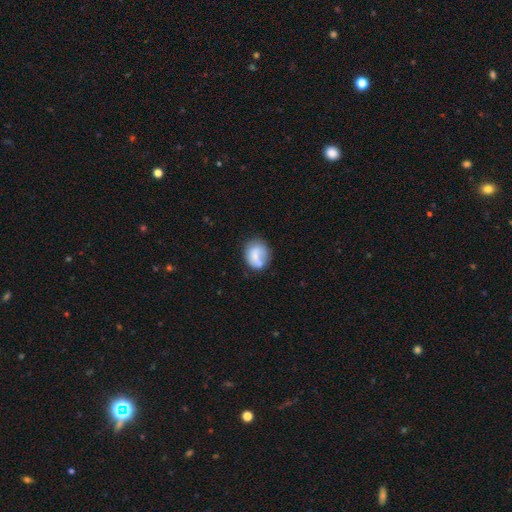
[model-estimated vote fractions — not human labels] Overall: smooth (68%). How rounded: round (56%; in between 42%). Merging: none (52%; minor disturbance 25%).